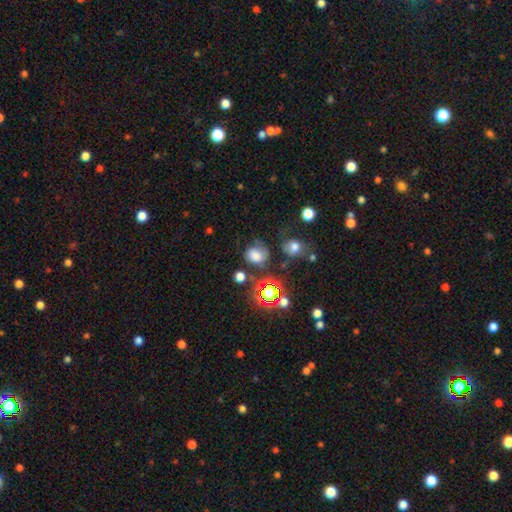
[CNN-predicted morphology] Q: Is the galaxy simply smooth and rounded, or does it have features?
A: smooth — 64%.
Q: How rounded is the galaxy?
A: round — 67%.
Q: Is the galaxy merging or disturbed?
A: none — 52%.